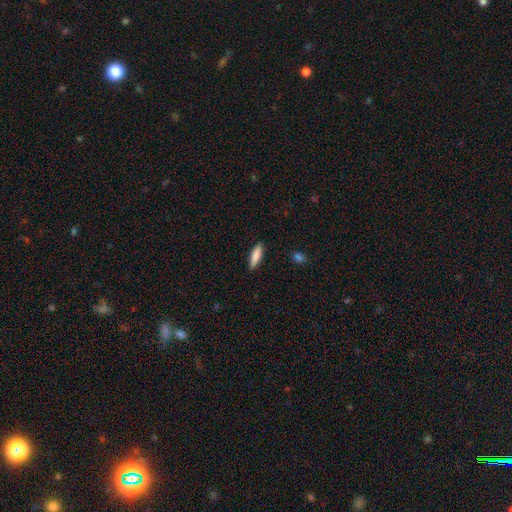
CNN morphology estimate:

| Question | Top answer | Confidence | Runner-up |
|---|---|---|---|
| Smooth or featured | smooth | 83% | featured or disk (11%) |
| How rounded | cigar-shaped | 59% | in between (39%) |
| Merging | none | 87% | minor disturbance (10%) |